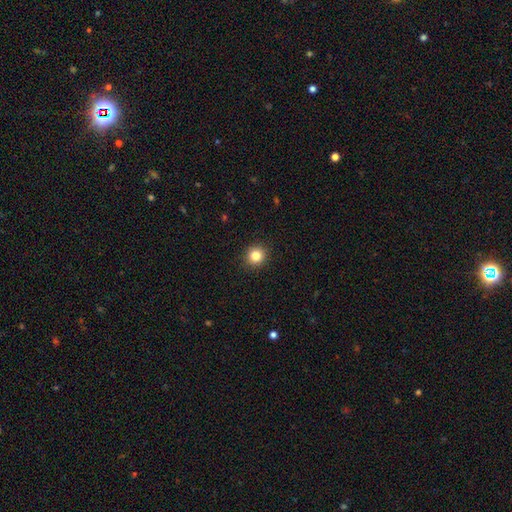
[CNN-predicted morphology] smooth 83%, star or artifact 11%, featured or disk 6%. Down the decision tree: how rounded — round (91%); merging — none (92%).